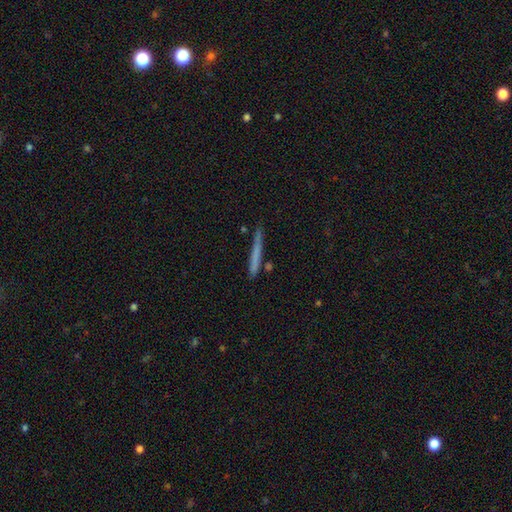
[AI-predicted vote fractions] smooth_or_featured: smooth (p=0.62) [alt: featured or disk p=0.31]
how_rounded: cigar-shaped (p=0.97) [alt: in between p=0.02]
merging: none (p=0.83) [alt: minor disturbance p=0.12]